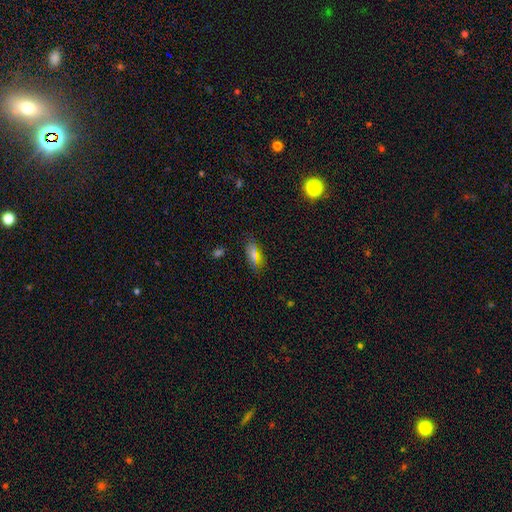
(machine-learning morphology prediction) Smooth or featured: smooth — 69% (star or artifact — 19%)
How rounded: in between — 82% (cigar-shaped — 13%)
Merging: none — 83% (minor disturbance — 12%)